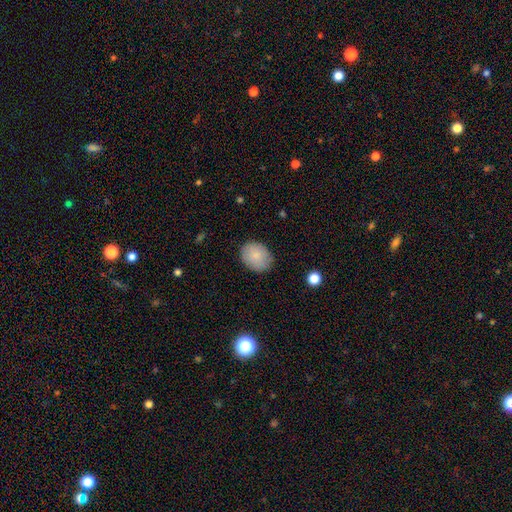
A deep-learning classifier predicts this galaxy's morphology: smooth_or_featured: smooth (p=0.85) [alt: featured or disk p=0.08]
how_rounded: in between (p=0.58) [alt: round p=0.41]
merging: none (p=0.83) [alt: minor disturbance p=0.13]